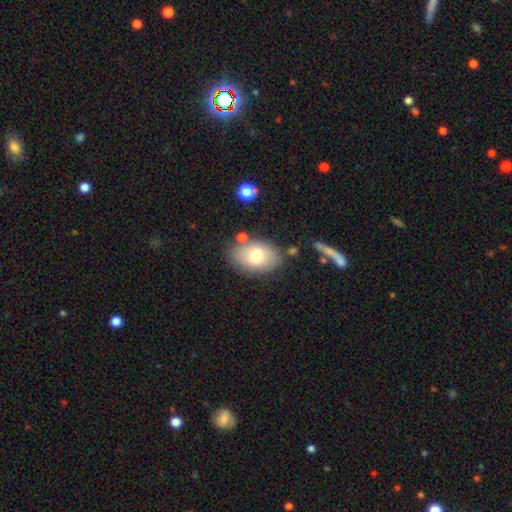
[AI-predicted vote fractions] Smooth or featured: smooth — 72% (featured or disk — 20%)
How rounded: in between — 86% (round — 12%)
Merging: none — 75% (minor disturbance — 15%)